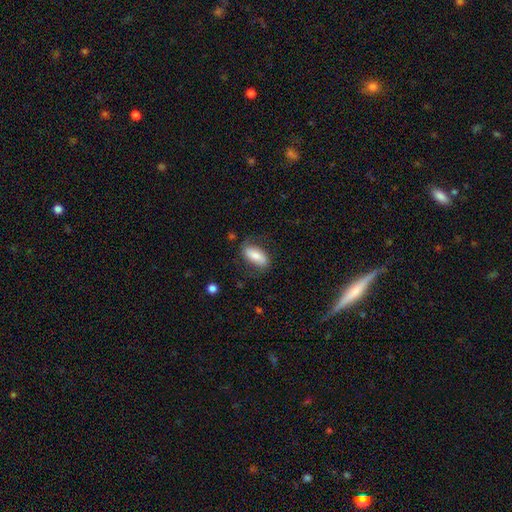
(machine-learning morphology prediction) Smooth or featured? Predicted: smooth (p=0.67). How rounded? Predicted: in between (p=0.86). Merging? Predicted: none (p=0.70).